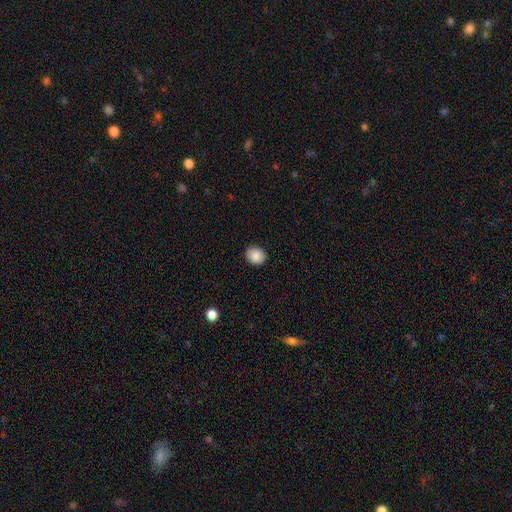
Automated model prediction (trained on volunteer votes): Overall: smooth (88%). How rounded: round (62%; in between 37%). Merging: none (90%).